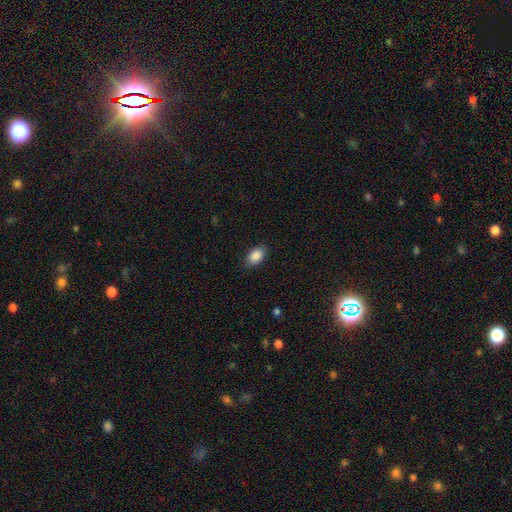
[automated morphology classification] This appears to be a smooth galaxy with no disk features (88%) that is in between round and cigar-shaped (91%). Merging: none (86%).